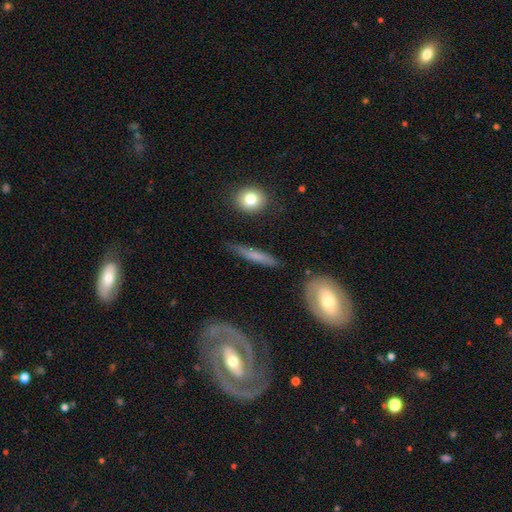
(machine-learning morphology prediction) The model was most divided on "smooth or featured": smooth: 56%, featured or disk: 36%, star or artifact: 8%. More confident: how rounded — cigar-shaped (86%); merging — none (81%).